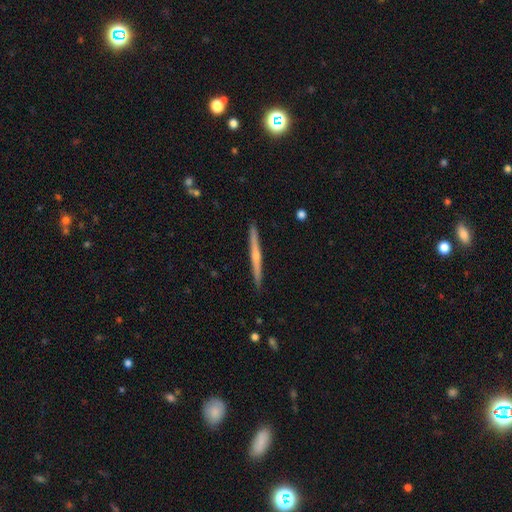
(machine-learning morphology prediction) smooth_or_featured: featured or disk (p=0.65) [alt: smooth p=0.29]
disk_edge_on: yes (p=0.98) [alt: no p=0.02]
edge_on_bulge: rounded (p=0.66) [alt: none p=0.30]
merging: none (p=0.92) [alt: minor disturbance p=0.05]